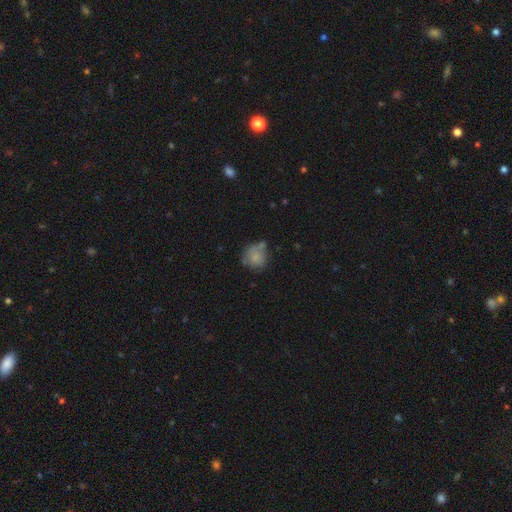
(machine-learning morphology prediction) smooth 76%, featured or disk 14%, star or artifact 10%. Down the decision tree: how rounded — round (84%); merging — none (50%).